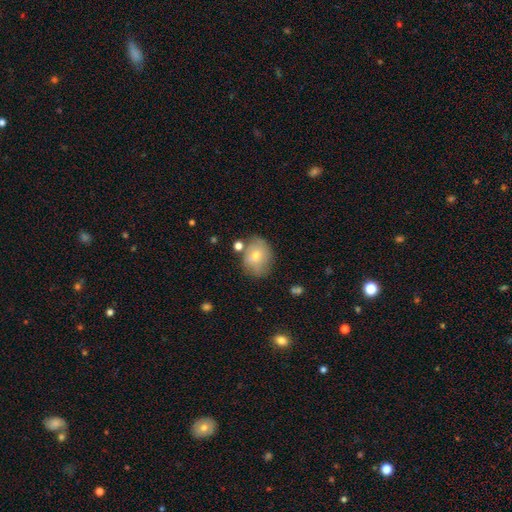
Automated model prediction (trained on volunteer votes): Overall: smooth (65%; featured or disk 26%). How rounded: round (57%; in between 42%). Merging: none (61%; minor disturbance 22%).